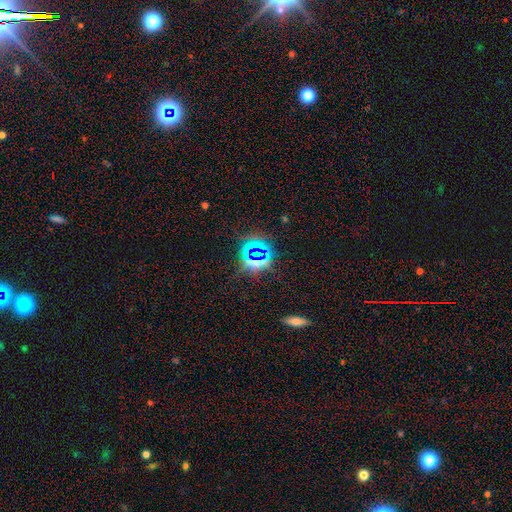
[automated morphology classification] This appears to be a star or artifact, not a galaxy (73%).